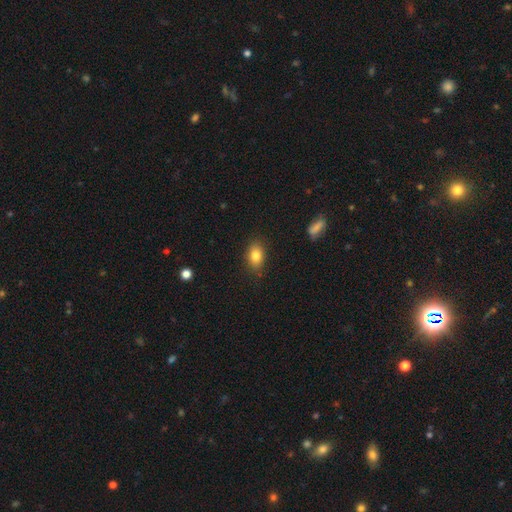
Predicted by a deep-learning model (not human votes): This is clearly a smooth galaxy (83%). How rounded: clearly in between (83%). Merging: clearly none (84%).